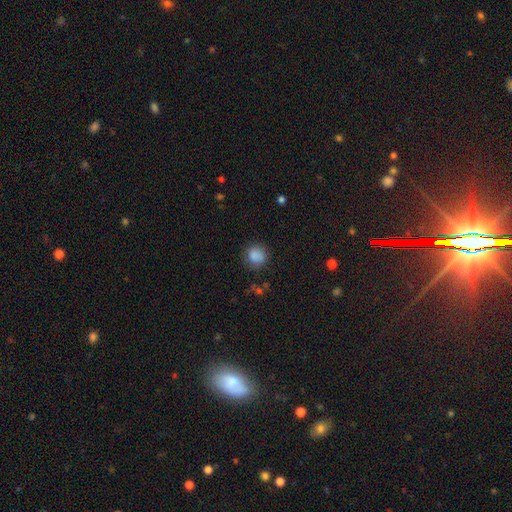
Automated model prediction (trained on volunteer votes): smooth 85%, star or artifact 9%, featured or disk 5%. Down the decision tree: how rounded — round (85%); merging — none (78%).